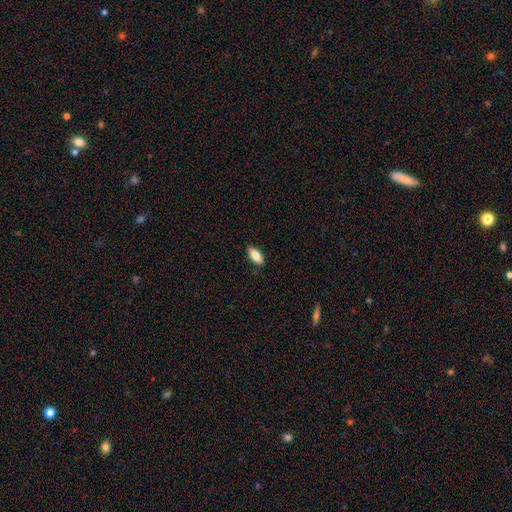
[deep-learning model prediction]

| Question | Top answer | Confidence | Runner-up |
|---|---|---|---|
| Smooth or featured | smooth | 82% | featured or disk (11%) |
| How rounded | in between | 84% | cigar-shaped (14%) |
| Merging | none | 87% | minor disturbance (11%) |